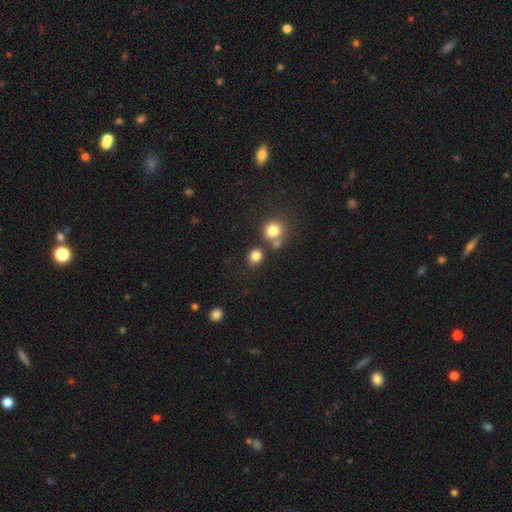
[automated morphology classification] This is clearly a smooth galaxy (82%). How rounded: clearly round (84%). Merging: likely none (72%).